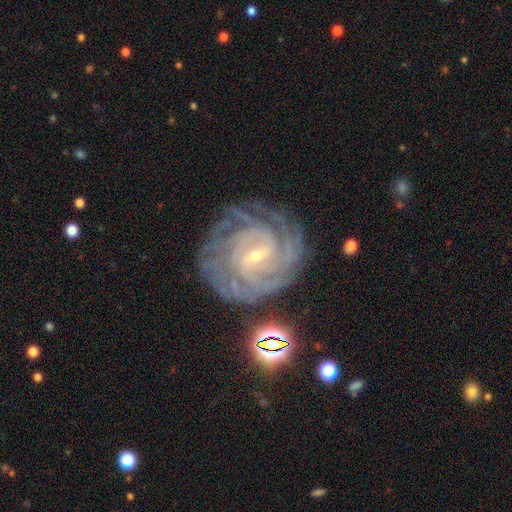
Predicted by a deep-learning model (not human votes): This appears to be a featured or disk galaxy (90%) with a weak bar (53%), 4 (31%) tight (76%) spiral arms (98%) and a small central bulge (78%). Merging: none (74%).